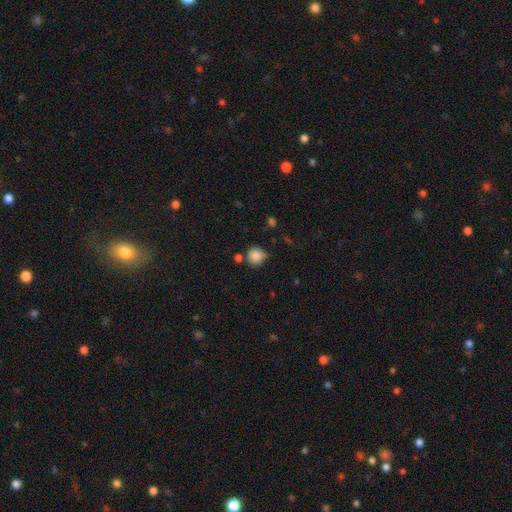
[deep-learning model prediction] Smooth or featured: smooth — 86% (star or artifact — 9%)
How rounded: round — 88% (in between — 11%)
Merging: none — 70% (minor disturbance — 18%)